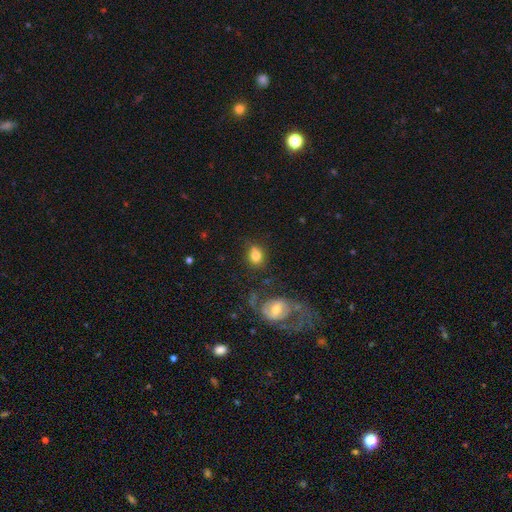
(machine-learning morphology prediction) A smooth galaxy with no disk features (77%) that is in between round and cigar-shaped (50%). Merging: none (65%).